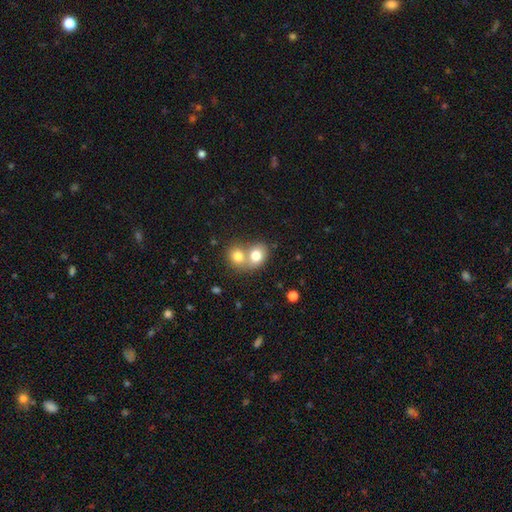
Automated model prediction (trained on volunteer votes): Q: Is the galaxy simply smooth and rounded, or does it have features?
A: smooth — 76%.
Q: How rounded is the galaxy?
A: round — 57%.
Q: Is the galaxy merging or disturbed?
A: merger — 66%.